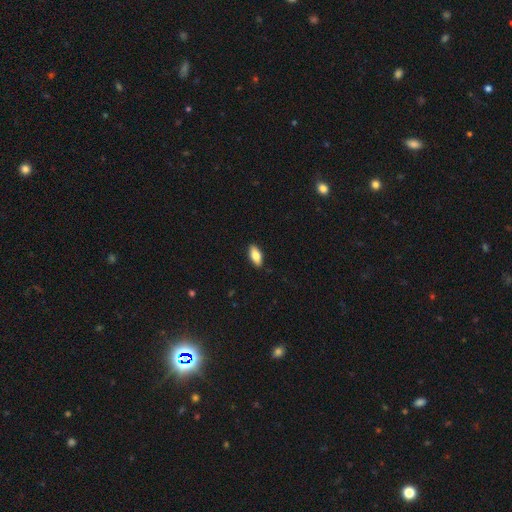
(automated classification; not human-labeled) Smooth or featured? smooth (79%)
How rounded? in between (86%)
Merging? none (89%)